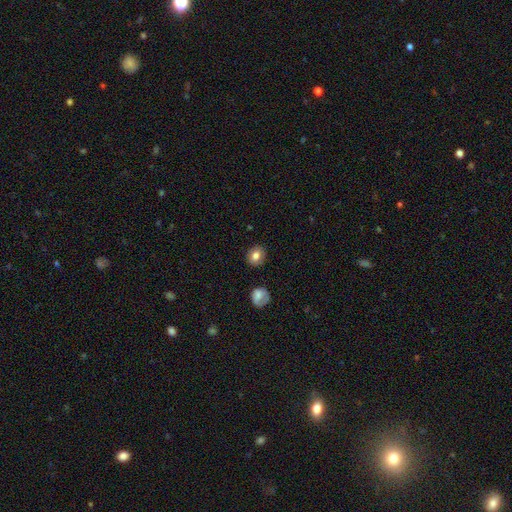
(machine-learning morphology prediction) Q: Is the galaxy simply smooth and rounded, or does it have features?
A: smooth — 80%.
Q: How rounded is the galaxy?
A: round — 73%.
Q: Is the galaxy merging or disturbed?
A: none — 88%.